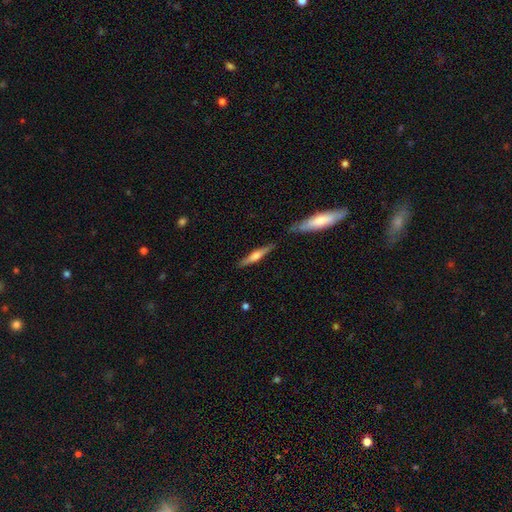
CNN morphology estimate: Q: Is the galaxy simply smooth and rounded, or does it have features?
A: featured or disk — 54%.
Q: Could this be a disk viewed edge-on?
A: yes — 96%.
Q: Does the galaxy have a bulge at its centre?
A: rounded — 79%.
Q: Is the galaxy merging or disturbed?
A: none — 81%.